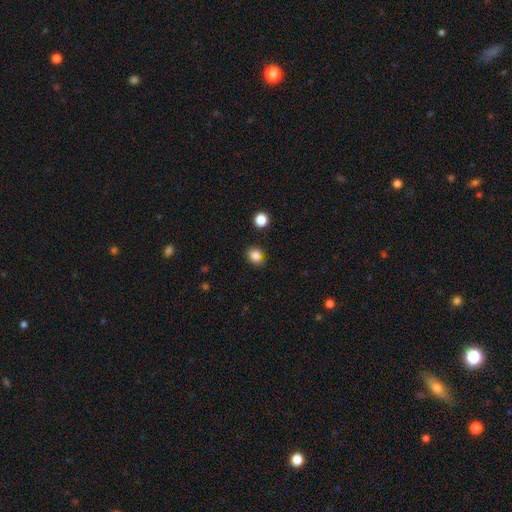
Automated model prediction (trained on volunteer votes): smooth 83%, star or artifact 12%, featured or disk 5%. Down the decision tree: how rounded — round (65%); merging — none (76%).